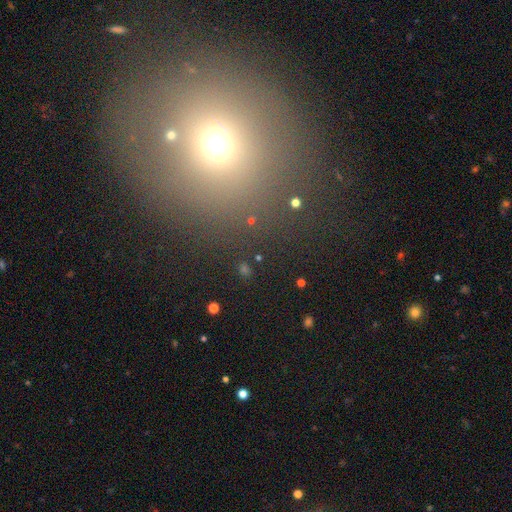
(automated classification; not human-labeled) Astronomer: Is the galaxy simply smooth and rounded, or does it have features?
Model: smooth — 53% (runner-up: star or artifact, 35%).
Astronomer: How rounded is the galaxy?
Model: round — 86%.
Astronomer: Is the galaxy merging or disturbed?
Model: none — 82%.